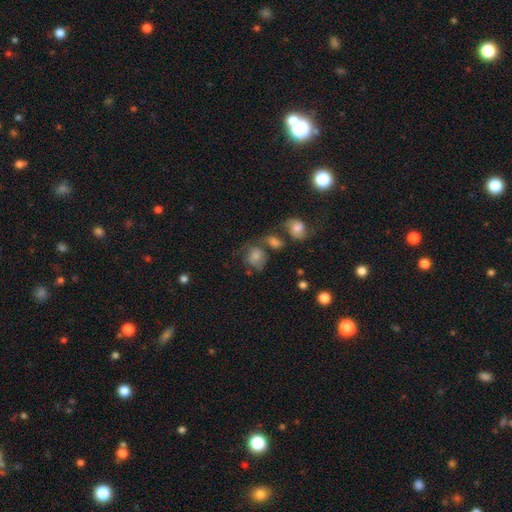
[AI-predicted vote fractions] This appears to be a smooth galaxy with no disk features (48%). Merging: none (46%).